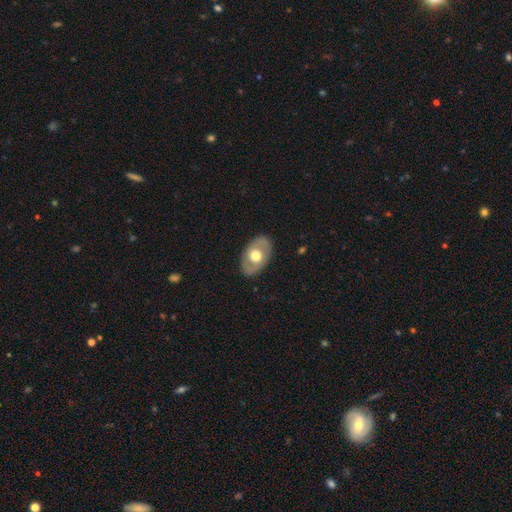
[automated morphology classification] Q: Smooth or featured?
A: smooth (48%); runner-up: featured or disk (47%)
Q: Merging?
A: none (84%); runner-up: minor disturbance (12%)